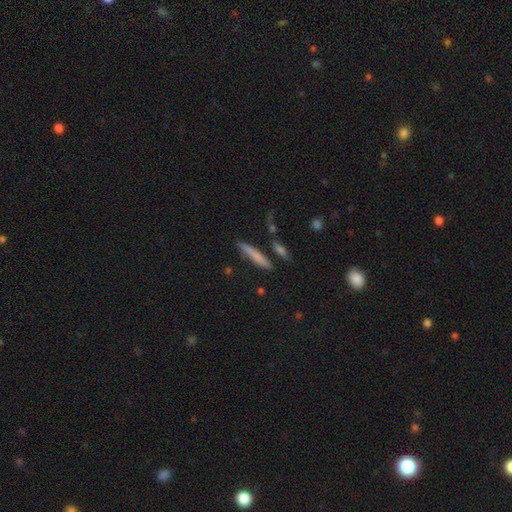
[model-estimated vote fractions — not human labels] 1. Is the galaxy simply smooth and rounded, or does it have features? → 68% smooth, 25% featured or disk, 7% star or artifact.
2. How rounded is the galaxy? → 92% cigar-shaped, 6% in between, 2% round.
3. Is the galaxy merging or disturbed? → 81% none, 11% minor disturbance, 6% merger, 3% major disturbance.